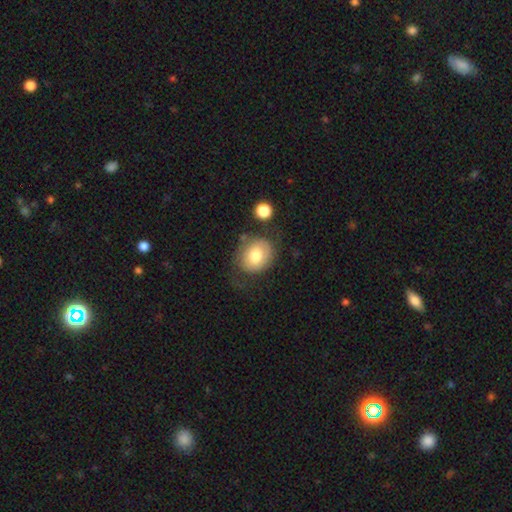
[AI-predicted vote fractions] This appears to be a smooth galaxy with no disk features (73%) that is round (62%). Merging: none (57%).